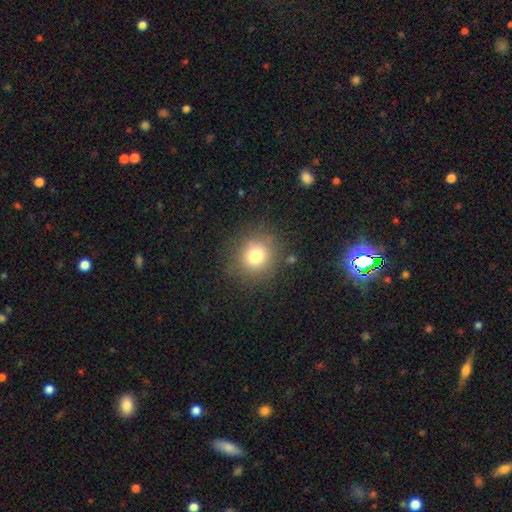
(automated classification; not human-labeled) A smooth galaxy with no disk features (77%) that is round (88%). Merging: none (84%).